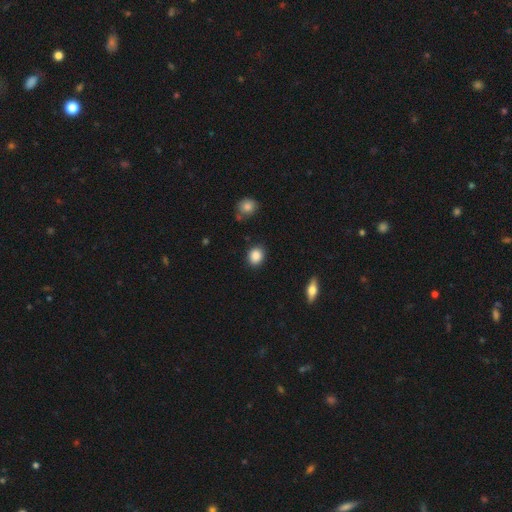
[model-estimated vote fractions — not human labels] A smooth galaxy with no disk features (87%) that is round (64%).

Vote fractions:
- Smooth or featured? smooth: 87% / star or artifact: 9% / featured or disk: 4%
- How rounded? round: 64% / in between: 34% / cigar-shaped: 1%
- Merging? none: 88% / minor disturbance: 8% / major disturbance: 2% / merger: 2%